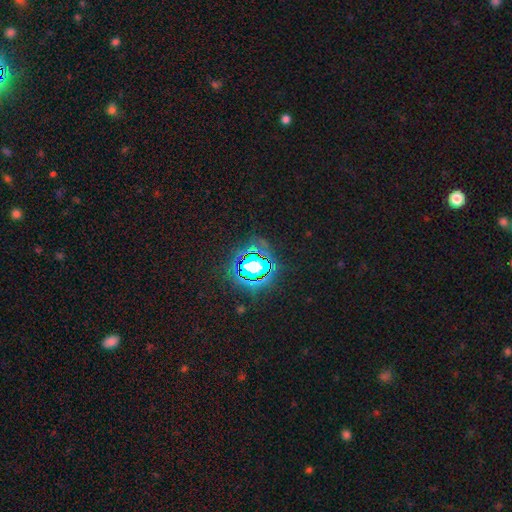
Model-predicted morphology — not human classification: type=star or artifact (81%).